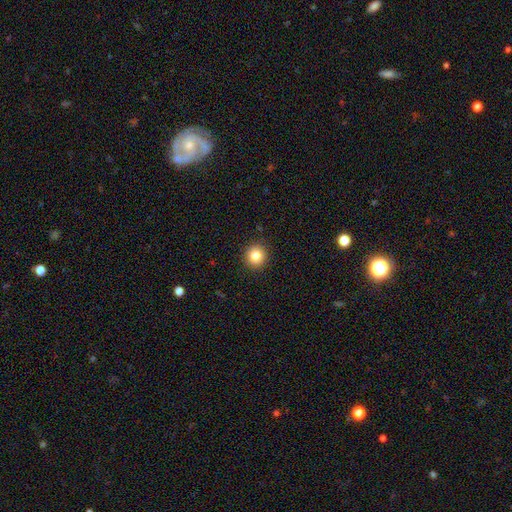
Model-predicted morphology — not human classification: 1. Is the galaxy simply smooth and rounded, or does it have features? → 83% smooth, 11% star or artifact, 6% featured or disk.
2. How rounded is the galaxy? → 92% round, 7% in between, 1% cigar-shaped.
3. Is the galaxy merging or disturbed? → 92% none, 6% minor disturbance, 2% major disturbance, 1% merger.